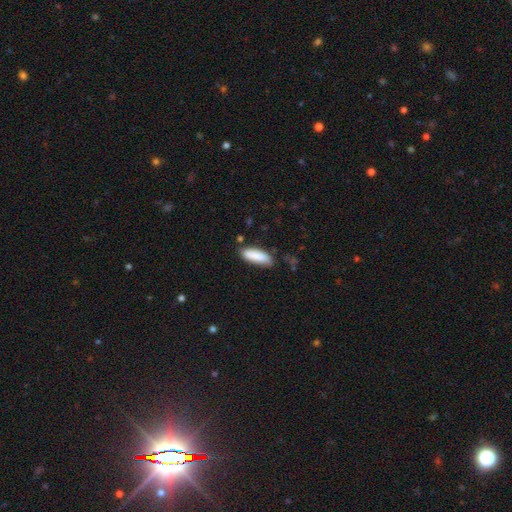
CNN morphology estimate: A smooth galaxy with no disk features (88%) that is in between round and cigar-shaped (63%).

Vote fractions:
- Smooth or featured? smooth: 88% / star or artifact: 6% / featured or disk: 6%
- How rounded? in between: 63% / cigar-shaped: 36% / round: 2%
- Merging? none: 75% / minor disturbance: 18% / major disturbance: 4% / merger: 3%